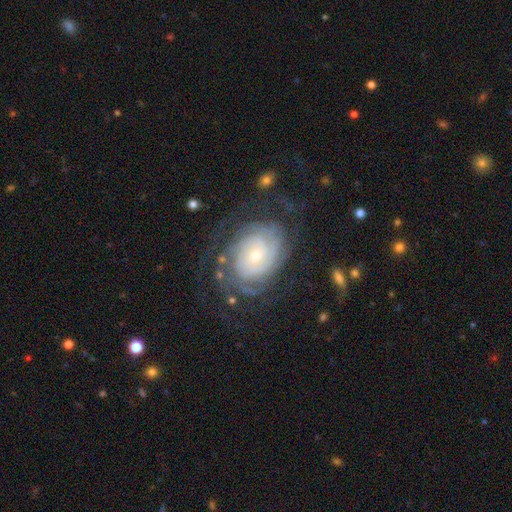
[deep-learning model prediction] Smooth or featured? Predicted: featured or disk (p=0.86). Edge-on disk? Predicted: no (p=0.97). Bar? Predicted: no (p=0.74). Spiral arms? Predicted: yes (p=0.96). Spiral winding? Predicted: tight (p=0.78). Spiral arm count? Predicted: can't tell (p=0.37). Bulge size? Predicted: small (p=0.64). Merging? Predicted: none (p=0.68).